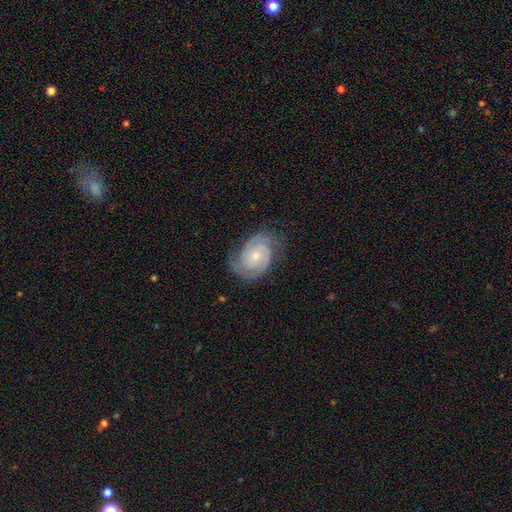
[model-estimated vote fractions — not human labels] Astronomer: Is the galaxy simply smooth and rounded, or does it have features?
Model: featured or disk — 88%.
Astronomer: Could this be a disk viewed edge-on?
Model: no — 98%.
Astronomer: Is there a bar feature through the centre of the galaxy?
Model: no — 71%.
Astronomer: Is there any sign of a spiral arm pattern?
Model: yes — 98%.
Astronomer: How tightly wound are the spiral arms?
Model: tight — 65%.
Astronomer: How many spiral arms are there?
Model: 2 — 58%.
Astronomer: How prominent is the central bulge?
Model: small — 59% (runner-up: moderate, 35%).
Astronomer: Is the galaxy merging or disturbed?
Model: none — 76%.